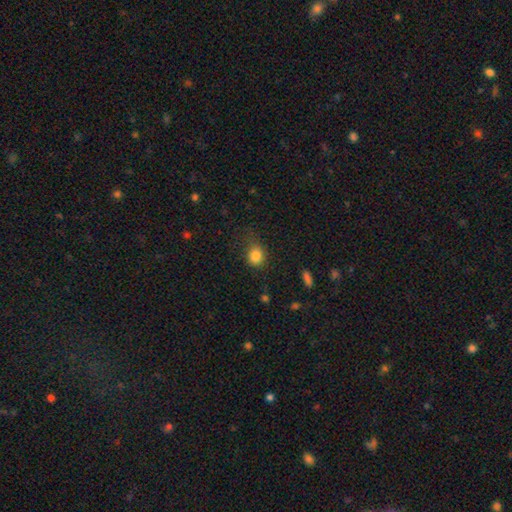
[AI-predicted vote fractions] The model was most divided on "merging": none: 59%, minor disturbance: 28%, major disturbance: 12%, merger: 2%. More confident: smooth or featured — smooth (83%); how rounded — round (70%).